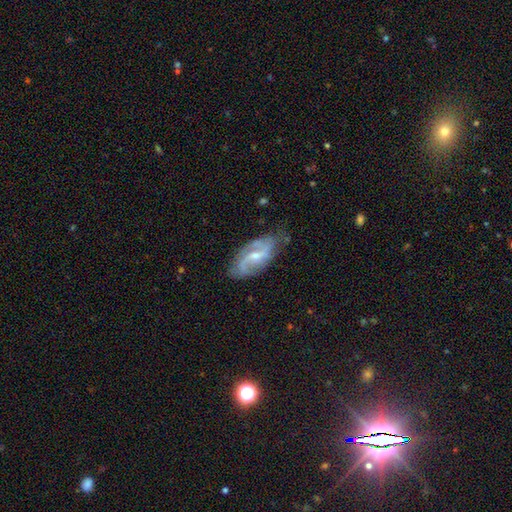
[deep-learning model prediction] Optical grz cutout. It shows a featured or disk galaxy (85%) with a weak bar (50%), 2 (82%) medium (44%) spiral arms (95%) and a small central bulge (57%). Merging: none (71%).